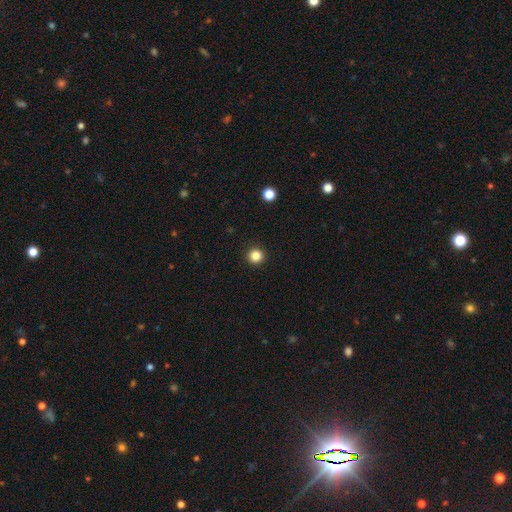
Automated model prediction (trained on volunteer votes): Q: Smooth or featured?
A: smooth (84%); runner-up: star or artifact (12%)
Q: How rounded?
A: round (96%); runner-up: in between (3%)
Q: Merging?
A: none (93%); runner-up: minor disturbance (4%)